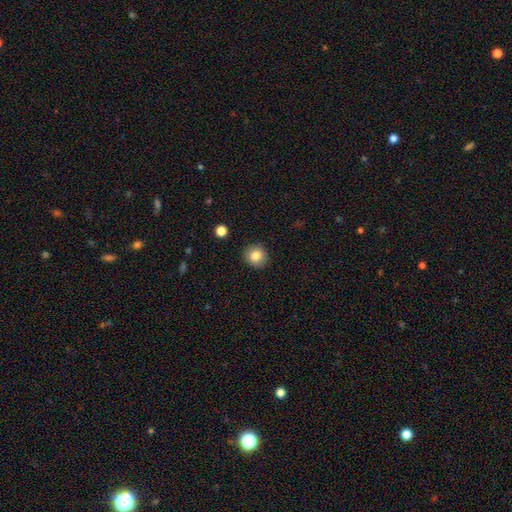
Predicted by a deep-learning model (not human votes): smooth 83%, star or artifact 9%, featured or disk 7%. Down the decision tree: how rounded — round (92%); merging — none (92%).